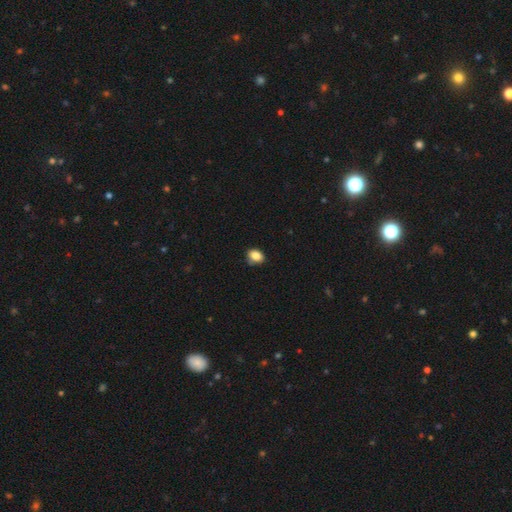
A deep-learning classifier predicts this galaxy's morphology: Smooth or featured? smooth (85%)
How rounded? in between (64%)
Merging? none (78%)